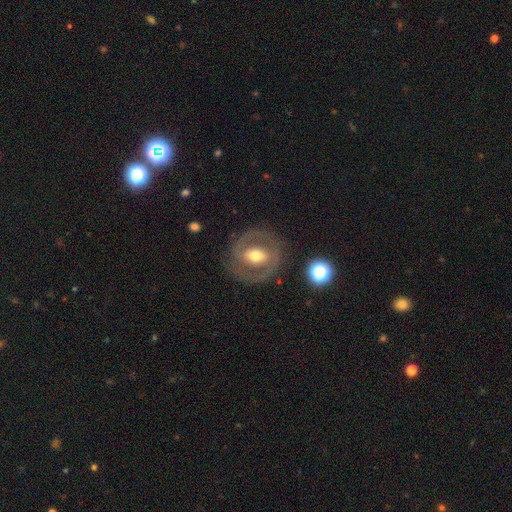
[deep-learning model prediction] This appears to be a featured or disk galaxy (68%) with a weak bar (37%), spiral arms (57%) and a moderate central bulge (68%). Merging: none (80%).